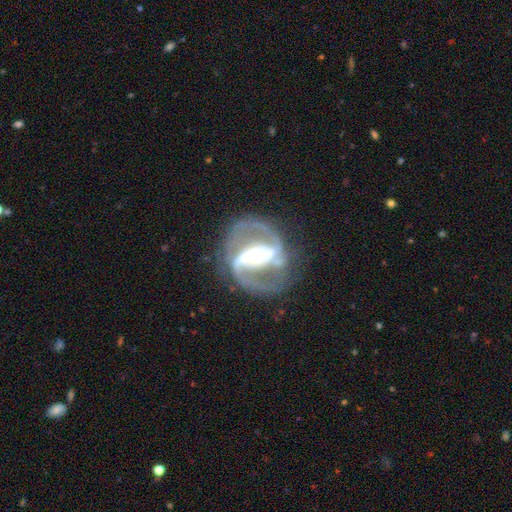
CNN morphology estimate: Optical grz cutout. It shows a featured or disk galaxy (92%) with a strong bar (69%), 2 (91%) medium (60%) spiral arms (97%) and a moderate central bulge (61%). Merging: none (77%).